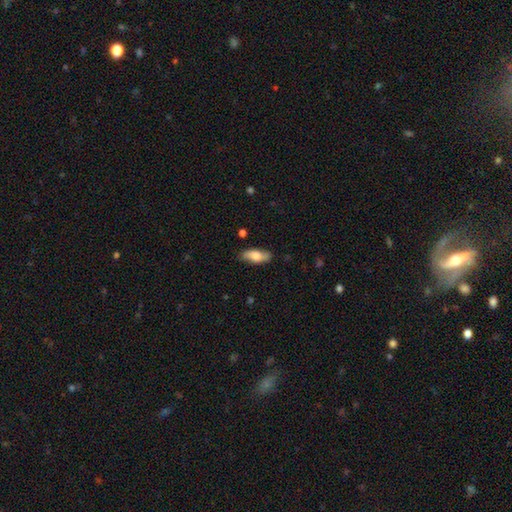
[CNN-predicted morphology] A smooth galaxy with no disk features (63%) that is in between round and cigar-shaped (77%).

Vote fractions:
- Smooth or featured? smooth: 63% / featured or disk: 31% / star or artifact: 6%
- How rounded? in between: 77% / cigar-shaped: 20% / round: 3%
- Merging? none: 82% / minor disturbance: 14% / major disturbance: 3% / merger: 1%